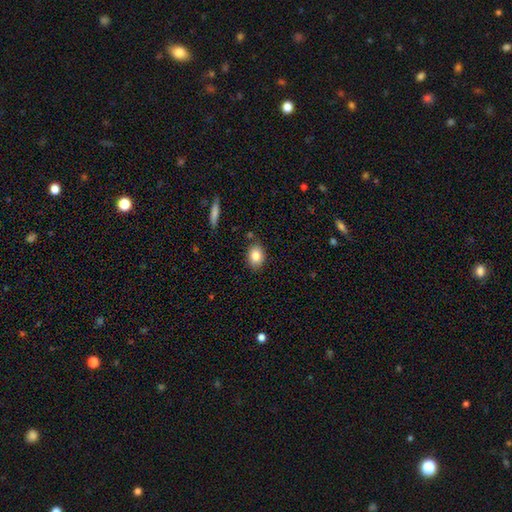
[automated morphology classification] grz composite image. It shows a smooth galaxy with no disk features (84%) that is in between round and cigar-shaped (69%). Merging: none (82%).